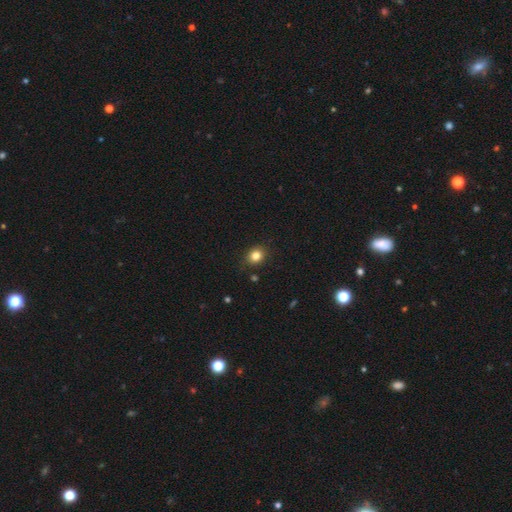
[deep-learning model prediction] A smooth galaxy with no disk features (83%) that is round (69%). Merging: none (87%).